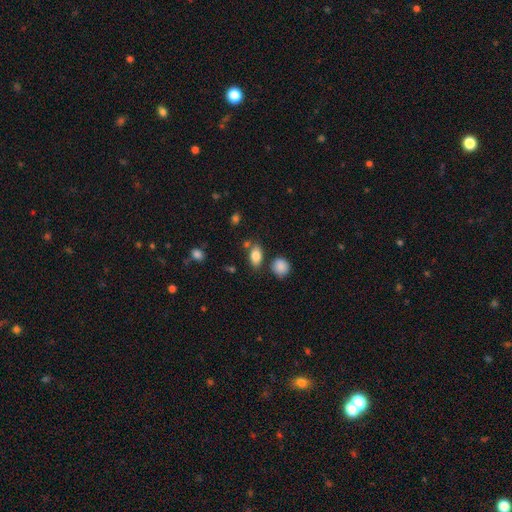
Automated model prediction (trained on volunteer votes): Smooth or featured? Predicted: smooth (p=0.82). How rounded? Predicted: in between (p=0.85). Merging? Predicted: none (p=0.73).